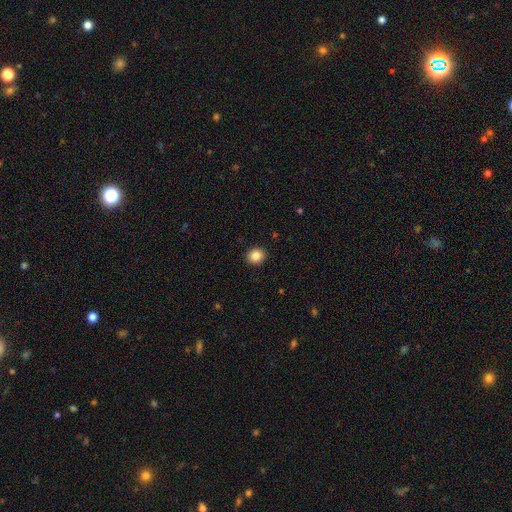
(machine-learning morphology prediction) Q: Smooth or featured?
A: smooth (86%); runner-up: star or artifact (10%)
Q: How rounded?
A: round (81%); runner-up: in between (18%)
Q: Merging?
A: none (92%); runner-up: minor disturbance (5%)